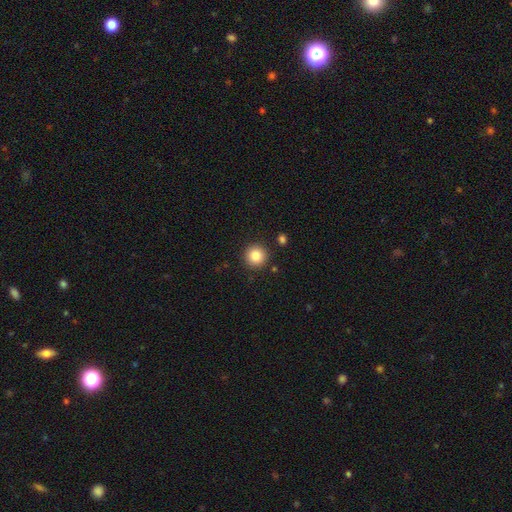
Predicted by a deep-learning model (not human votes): Smooth or featured? Predicted: smooth (p=0.84). How rounded? Predicted: round (p=0.95). Merging? Predicted: none (p=0.90).